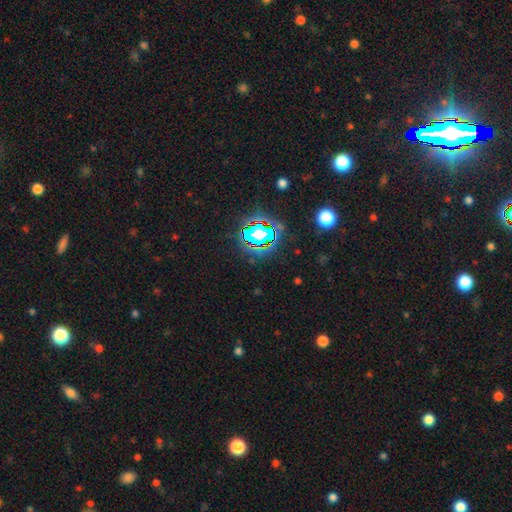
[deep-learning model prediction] This is clearly a star or artifact rather than a galaxy (83%).